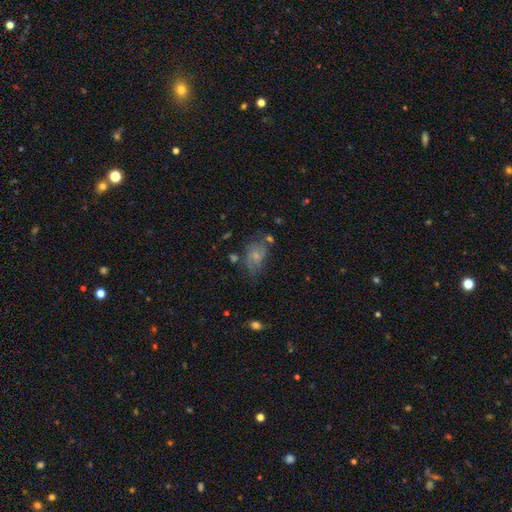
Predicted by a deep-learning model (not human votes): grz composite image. It shows a featured or disk galaxy (55%) with no bar (67%), spiral arms (75%) and a small central bulge (59%). Merging: none (46%).